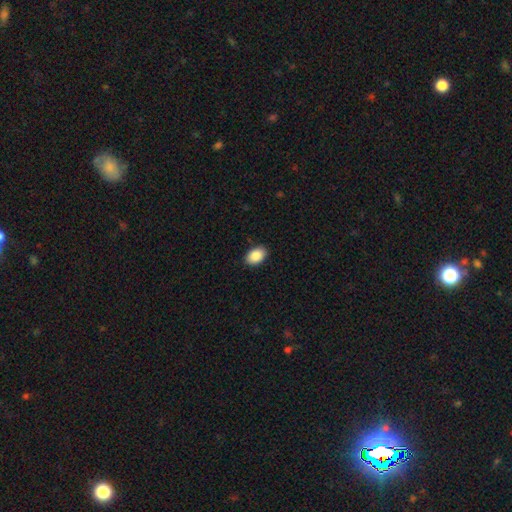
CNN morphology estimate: A smooth galaxy with no disk features (89%) that is in between round and cigar-shaped (87%). Merging: none (89%).